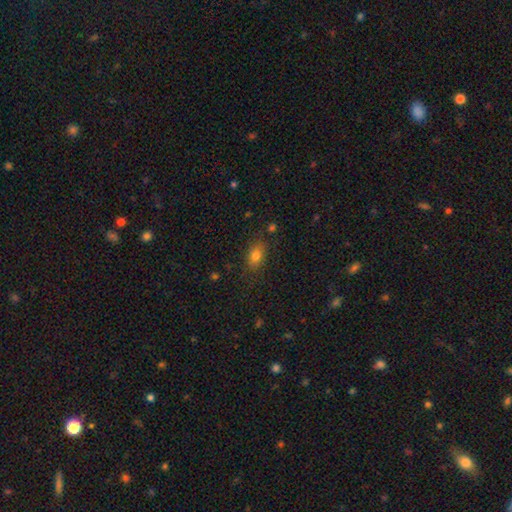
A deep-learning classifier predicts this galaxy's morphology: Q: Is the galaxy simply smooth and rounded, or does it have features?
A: smooth — 80%.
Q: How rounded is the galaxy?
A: in between — 79%.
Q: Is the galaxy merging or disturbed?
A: none — 78%.